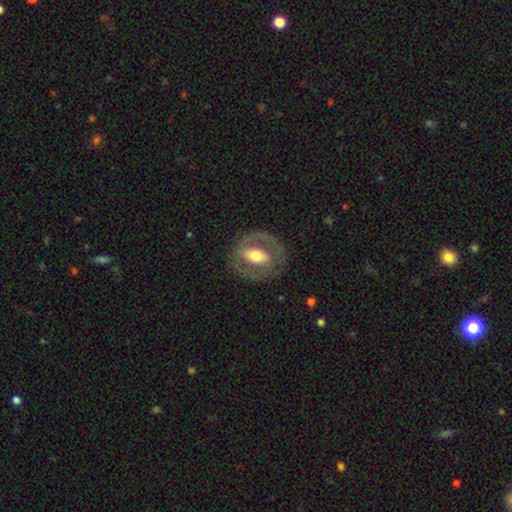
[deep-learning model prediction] This is likely a featured or disk galaxy (65%). It is clearly not viewed edge-on (93%). Bar: marginally strong (41%). Spiral arm pattern: possibly no (58%). Central bulge: likely moderate (63%). Merging: likely none (78%).